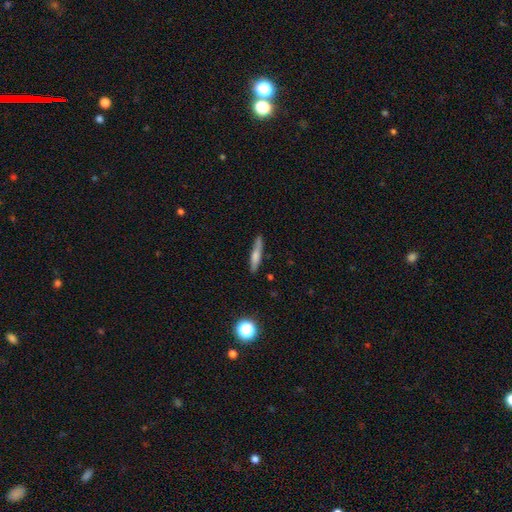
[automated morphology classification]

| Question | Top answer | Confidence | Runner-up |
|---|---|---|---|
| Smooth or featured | smooth | 64% | featured or disk (28%) |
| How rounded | cigar-shaped | 88% | in between (10%) |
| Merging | none | 81% | minor disturbance (14%) |